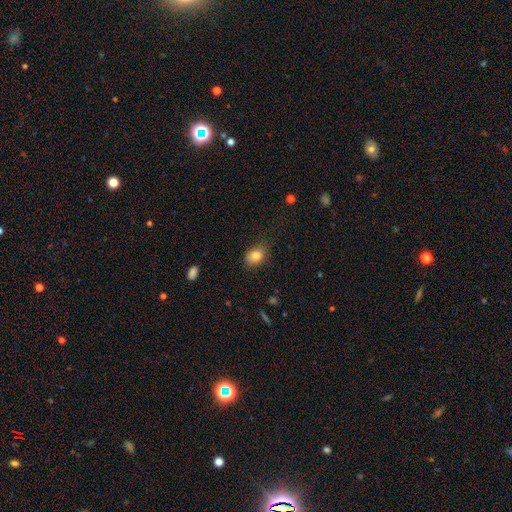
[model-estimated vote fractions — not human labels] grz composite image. It shows a smooth galaxy with no disk features (83%) that is in between round and cigar-shaped (69%). Merging: none (76%).